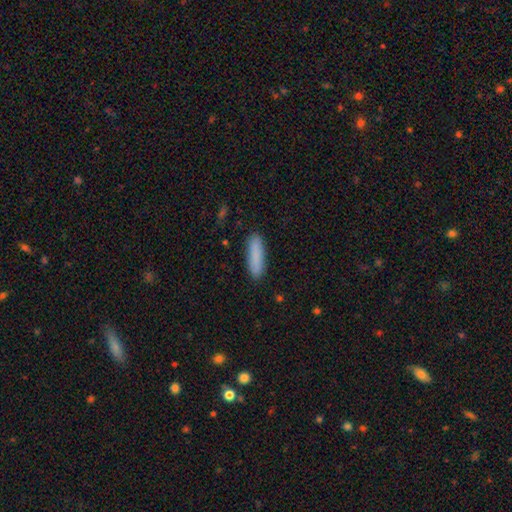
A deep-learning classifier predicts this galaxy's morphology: smooth-or-featured: smooth: 87% | star or artifact: 7% | featured or disk: 6%
  how-rounded: cigar-shaped: 72% | in between: 26% | round: 1%
  merging: none: 89% | minor disturbance: 8% | major disturbance: 2% | merger: 1%